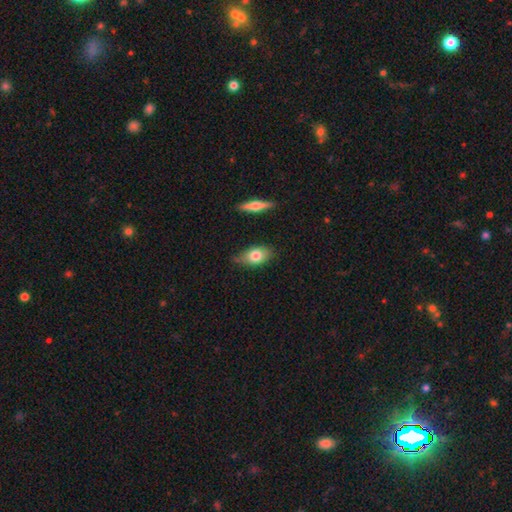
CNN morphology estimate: Smooth or featured? Predicted: smooth (p=0.74). How rounded? Predicted: in between (p=0.83). Merging? Predicted: none (p=0.67).